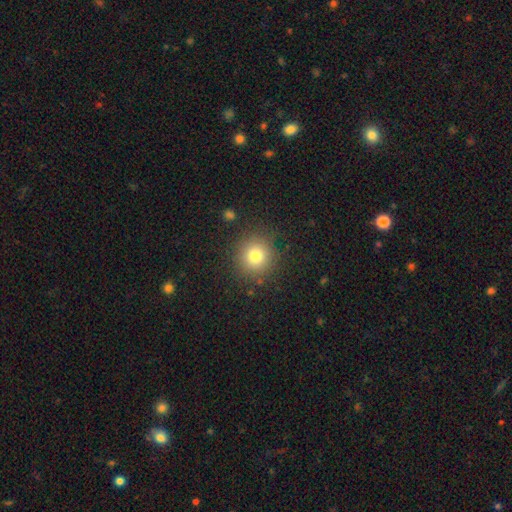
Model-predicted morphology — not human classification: Smooth or featured? Predicted: smooth (p=0.79). How rounded? Predicted: round (p=0.92). Merging? Predicted: none (p=0.88).